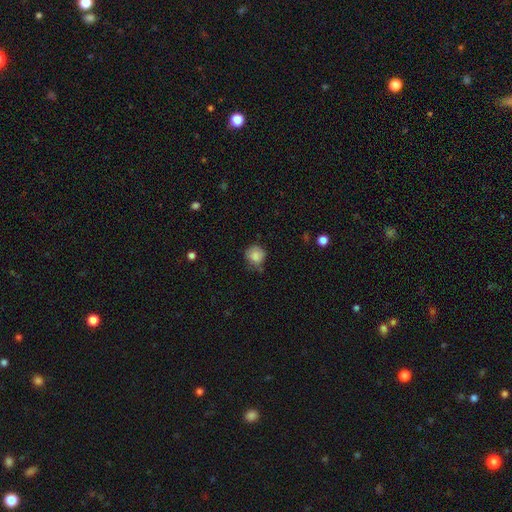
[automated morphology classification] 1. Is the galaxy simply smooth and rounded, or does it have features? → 83% smooth, 9% star or artifact, 8% featured or disk.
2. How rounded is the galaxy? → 82% round, 17% in between, 1% cigar-shaped.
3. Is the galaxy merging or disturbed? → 61% none, 28% minor disturbance, 7% major disturbance, 3% merger.